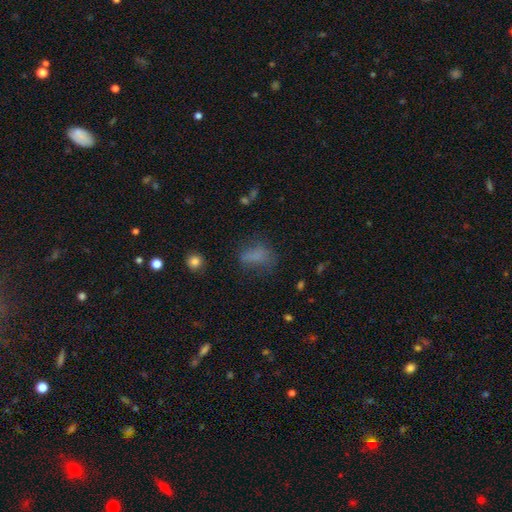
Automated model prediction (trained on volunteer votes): A smooth galaxy with no disk features (67%) that is in between round and cigar-shaped (75%).

Vote fractions:
- Smooth or featured? smooth: 67% / star or artifact: 18% / featured or disk: 15%
- How rounded? in between: 75% / round: 17% / cigar-shaped: 8%
- Merging? none: 48% / minor disturbance: 25% / major disturbance: 23% / merger: 4%